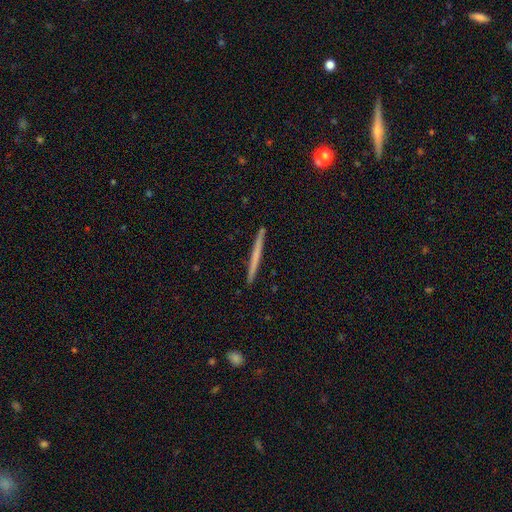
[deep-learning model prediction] This is possibly a smooth galaxy (52%). How rounded: clearly cigar-shaped (97%). Merging: clearly none (93%).